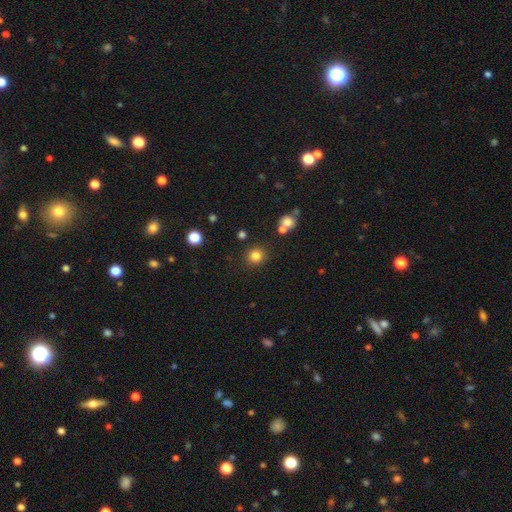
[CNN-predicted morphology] Smooth or featured: smooth — 82% (star or artifact — 13%)
How rounded: round — 89% (in between — 10%)
Merging: none — 85% (minor disturbance — 8%)